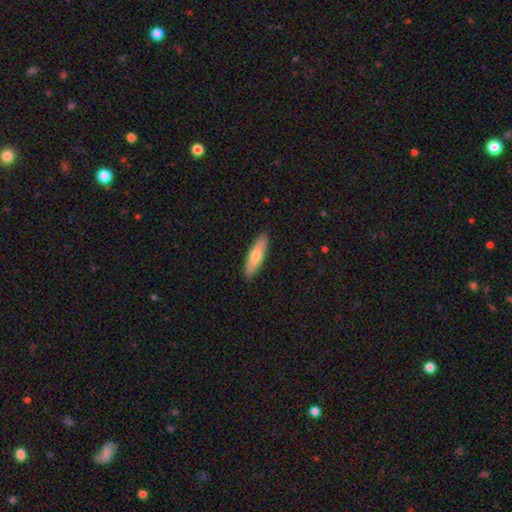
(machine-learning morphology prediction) smooth_or_featured: smooth (p=0.71) [alt: featured or disk p=0.24]
how_rounded: cigar-shaped (p=0.59) [alt: in between p=0.39]
merging: none (p=0.89) [alt: minor disturbance p=0.08]